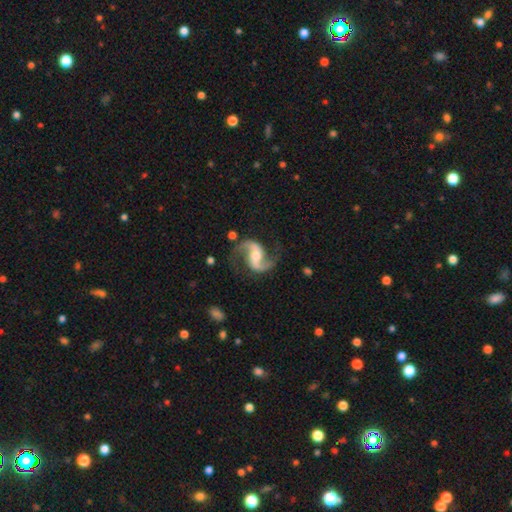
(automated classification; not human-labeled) Overall: featured or disk (92%). Edge-on disk: no (98%). Bar: weak (39%; no 31%). Spiral arms: yes (98%). Spiral arm count: 2 (94%). Spiral winding: loose (56%; medium 38%). Bulge size: moderate (54%; small 33%). Merging: none (77%).